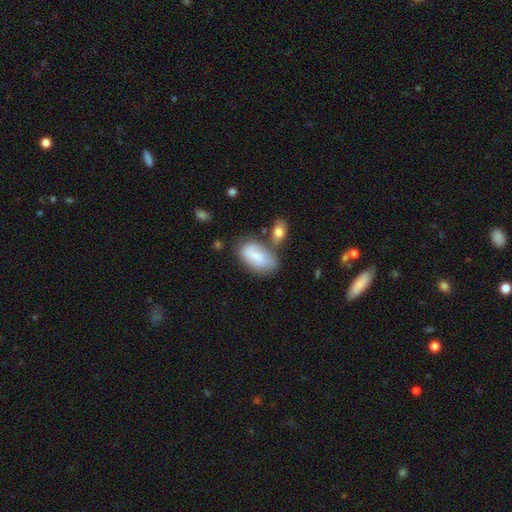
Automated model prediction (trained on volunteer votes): Morphology: type=smooth (59%); roundness=in between (92%); merging=none (48%).